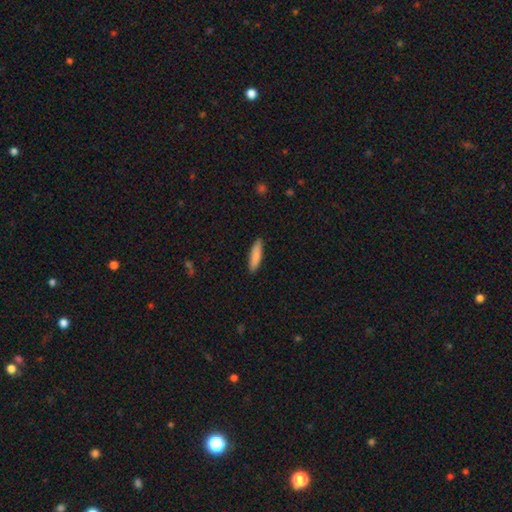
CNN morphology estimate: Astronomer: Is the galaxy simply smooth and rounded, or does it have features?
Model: smooth — 86%.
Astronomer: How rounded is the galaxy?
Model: cigar-shaped — 75%.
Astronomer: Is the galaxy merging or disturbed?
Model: none — 89%.